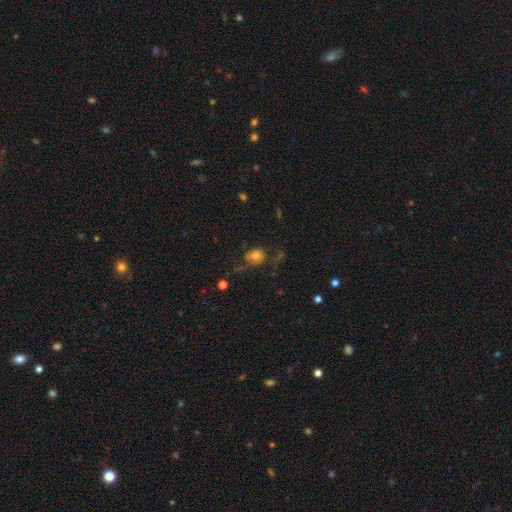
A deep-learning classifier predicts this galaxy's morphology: Overall: smooth (69%). How rounded: round (64%; in between 34%). Merging: none (44%; major disturbance 27%).